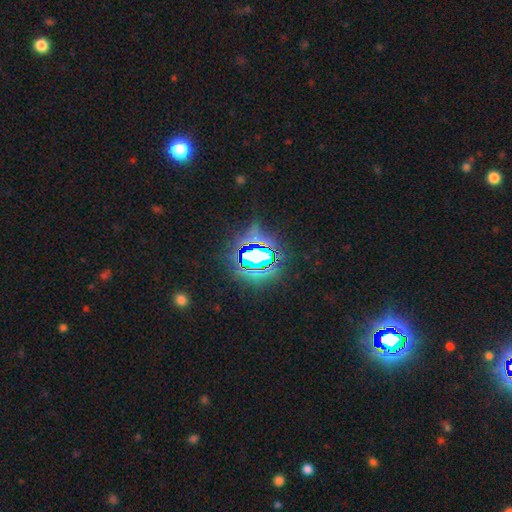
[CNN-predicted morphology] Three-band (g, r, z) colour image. It shows a star or artifact, not a galaxy (75%).